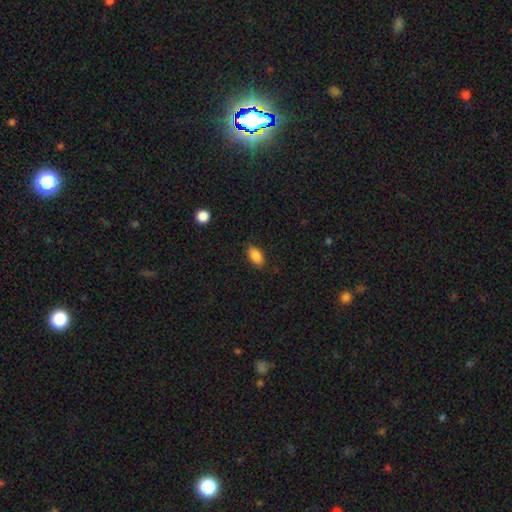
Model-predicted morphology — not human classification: Smooth or featured? smooth (88%)
How rounded? in between (91%)
Merging? none (84%)